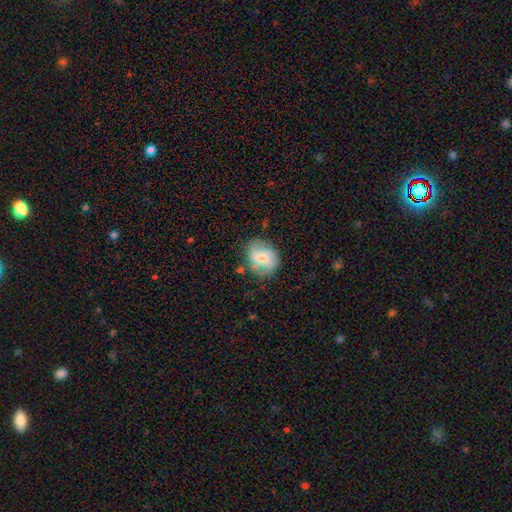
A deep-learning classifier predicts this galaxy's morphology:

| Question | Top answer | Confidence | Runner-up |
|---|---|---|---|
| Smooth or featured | smooth | 48% | featured or disk (44%) |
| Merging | none | 61% | minor disturbance (24%) |